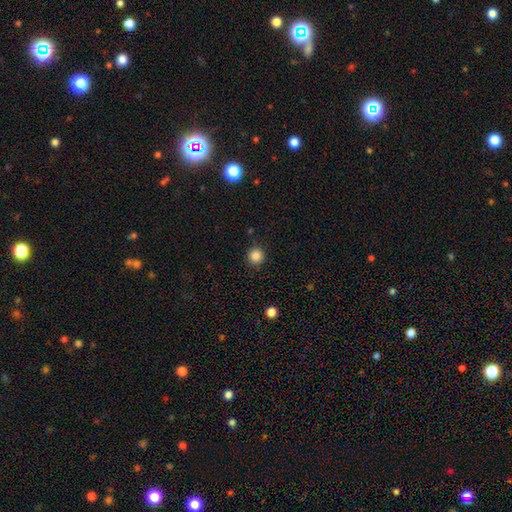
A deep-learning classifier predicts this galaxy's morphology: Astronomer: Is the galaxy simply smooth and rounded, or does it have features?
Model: smooth — 86%.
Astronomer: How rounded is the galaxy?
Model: round — 94%.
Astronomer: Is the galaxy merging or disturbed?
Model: none — 91%.